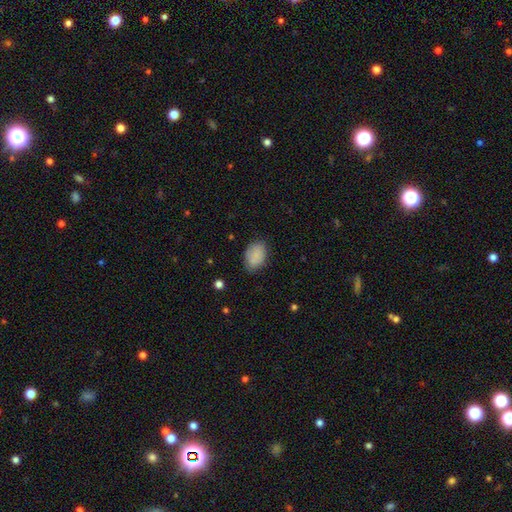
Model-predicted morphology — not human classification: Smooth or featured: smooth — 86% (star or artifact — 7%)
How rounded: in between — 84% (round — 15%)
Merging: none — 77% (minor disturbance — 18%)